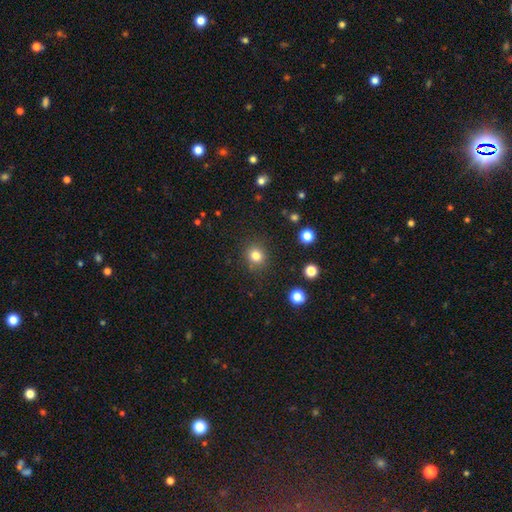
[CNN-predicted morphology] smooth_or_featured: smooth (p=0.81) [alt: star or artifact p=0.13]
how_rounded: round (p=0.87) [alt: in between p=0.12]
merging: none (p=0.87) [alt: minor disturbance p=0.08]